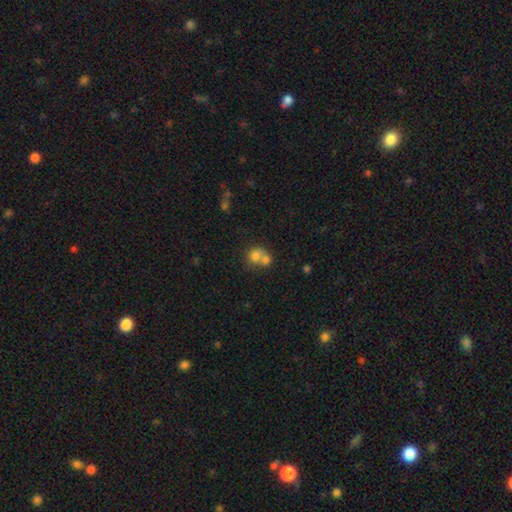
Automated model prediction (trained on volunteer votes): A smooth galaxy with no disk features (74%) that is round (64%).

Vote fractions:
- Smooth or featured? smooth: 74% / featured or disk: 16% / star or artifact: 11%
- How rounded? round: 64% / in between: 35% / cigar-shaped: 1%
- Merging? merger: 62% / none: 26% / minor disturbance: 8% / major disturbance: 5%